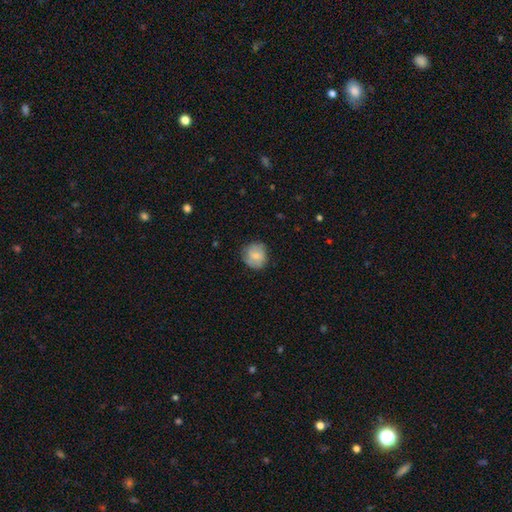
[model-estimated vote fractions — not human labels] Smooth or featured? Predicted: smooth (p=0.67). How rounded? Predicted: round (p=0.85). Merging? Predicted: none (p=0.75).